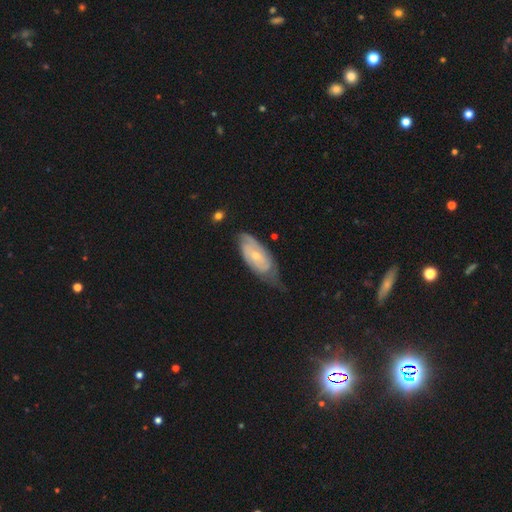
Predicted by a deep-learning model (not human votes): The model was most divided on "merging": none: 47%, minor disturbance: 36%, major disturbance: 14%, merger: 2%. More confident: edge-on disk — no (90%); spiral arms — yes (79%); bar — no (71%); smooth or featured — featured or disk (65%); bulge size — small (59%).